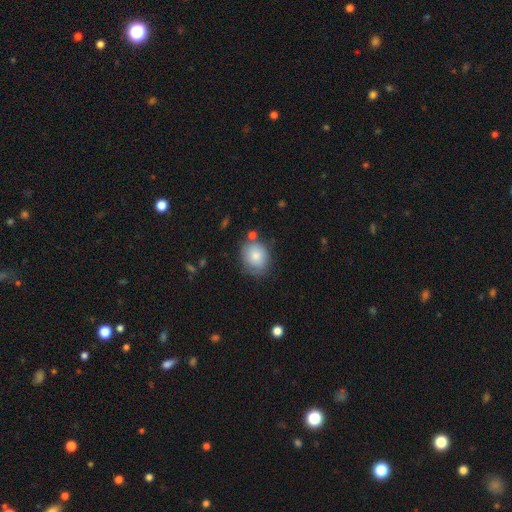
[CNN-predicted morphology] Smooth or featured? smooth (81%)
How rounded? round (61%)
Merging? none (70%)